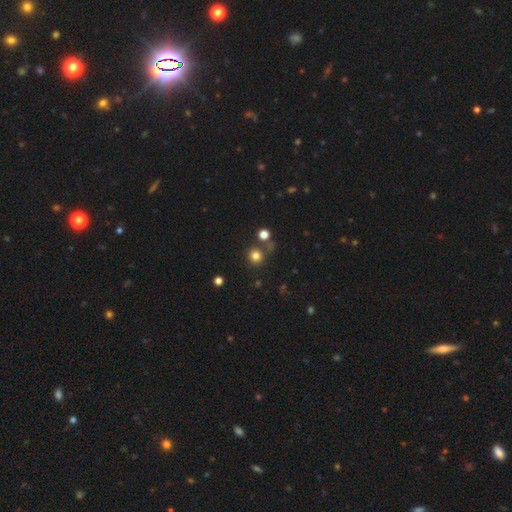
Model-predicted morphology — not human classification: type=smooth (78%); roundness=round (92%); merging=none (76%).